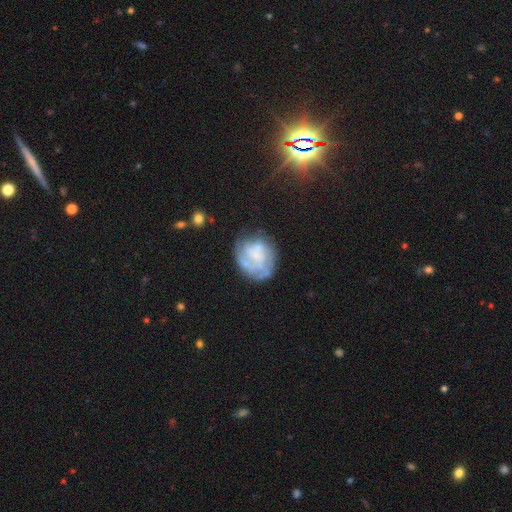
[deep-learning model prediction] Smooth or featured? Predicted: featured or disk (p=0.60). Edge-on disk? Predicted: no (p=0.98). Bar? Predicted: no (p=0.73). Spiral arms? Predicted: yes (p=0.53). Bulge size? Predicted: none (p=0.52). Merging? Predicted: none (p=0.54).